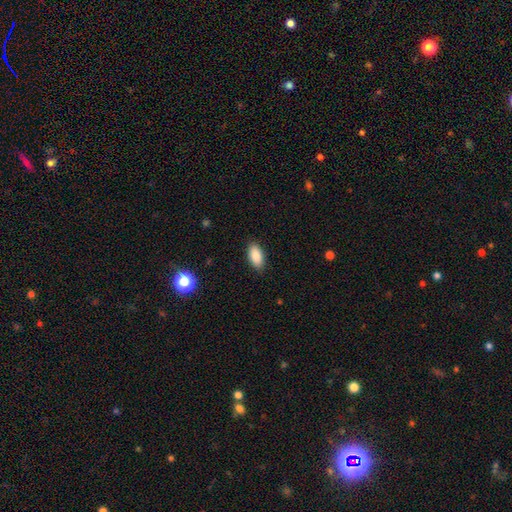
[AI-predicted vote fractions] Smooth or featured? smooth (88%)
How rounded? in between (92%)
Merging? none (89%)